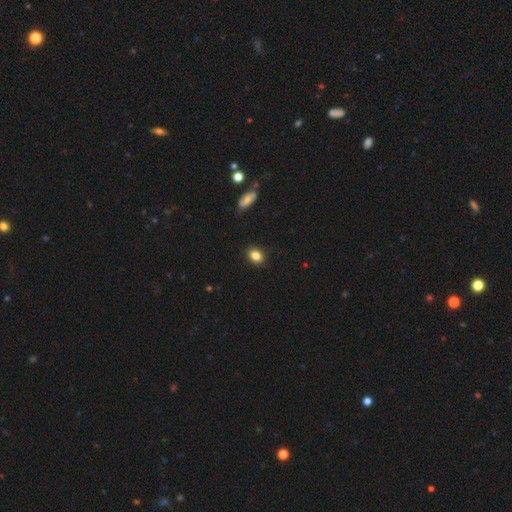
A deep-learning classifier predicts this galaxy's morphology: Overall: smooth (84%). How rounded: in between (66%; round 33%). Merging: none (88%).